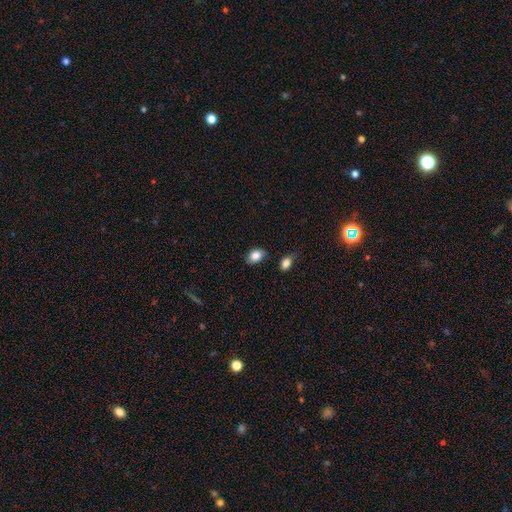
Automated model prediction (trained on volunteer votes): A smooth galaxy with no disk features (85%) that is in between round and cigar-shaped (76%). Merging: none (74%).